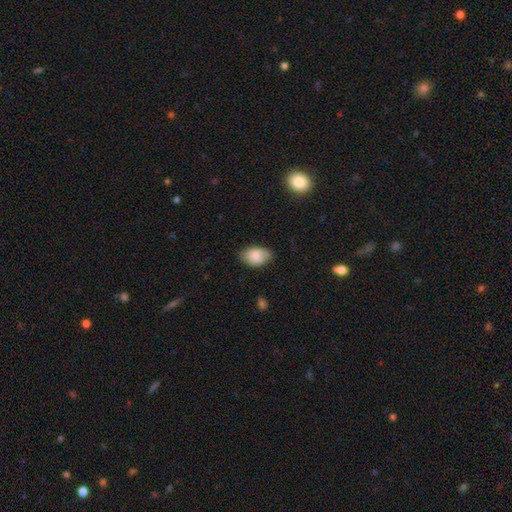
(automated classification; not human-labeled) Morphology: type=smooth (77%); roundness=in between (87%); merging=none (66%).